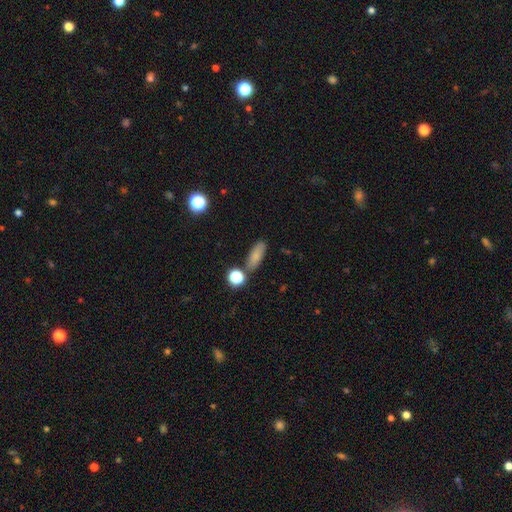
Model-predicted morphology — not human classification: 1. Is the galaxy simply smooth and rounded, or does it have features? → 79% smooth, 12% star or artifact, 9% featured or disk.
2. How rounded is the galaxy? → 67% in between, 27% cigar-shaped, 6% round.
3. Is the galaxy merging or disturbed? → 74% none, 13% minor disturbance, 9% merger, 4% major disturbance.